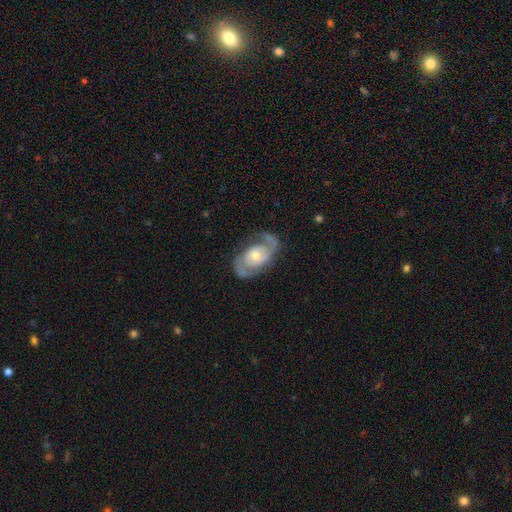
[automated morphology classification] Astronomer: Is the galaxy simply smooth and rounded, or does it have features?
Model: featured or disk — 87%.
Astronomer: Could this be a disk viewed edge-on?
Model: no — 96%.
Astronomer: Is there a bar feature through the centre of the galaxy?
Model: no — 59%.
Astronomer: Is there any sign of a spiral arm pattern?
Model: yes — 95%.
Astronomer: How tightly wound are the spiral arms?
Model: medium — 51% (runner-up: tight, 32%).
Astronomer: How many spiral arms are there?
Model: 2 — 89%.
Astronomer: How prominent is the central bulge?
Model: moderate — 54% (runner-up: small, 37%).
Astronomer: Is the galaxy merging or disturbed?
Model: none — 76%.